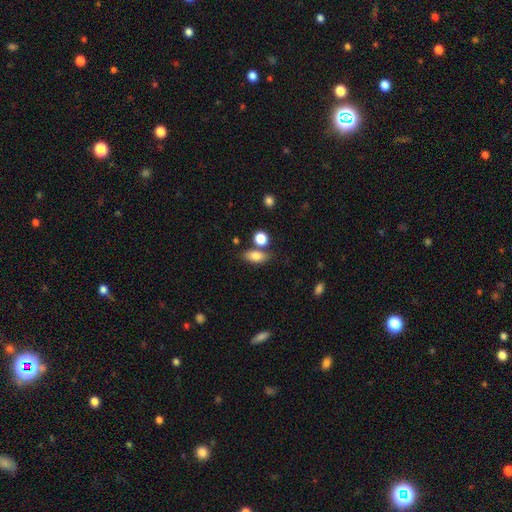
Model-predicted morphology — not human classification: smooth-or-featured: smooth: 80% | featured or disk: 11% | star or artifact: 9%
  how-rounded: in between: 80% | round: 11% | cigar-shaped: 9%
  merging: none: 67% | merger: 16% | minor disturbance: 13% | major disturbance: 4%